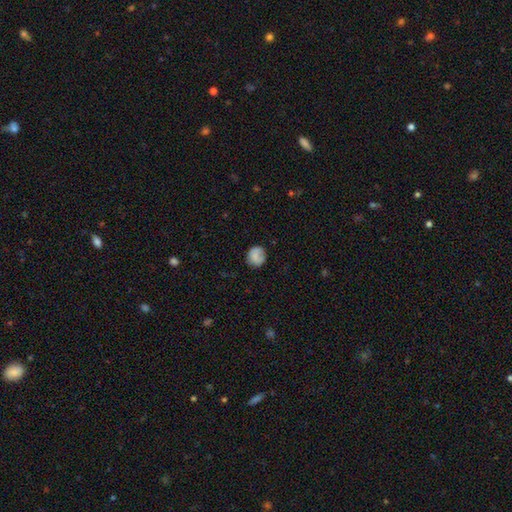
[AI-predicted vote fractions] smooth-or-featured: smooth: 78% | featured or disk: 13% | star or artifact: 8%
  how-rounded: round: 82% | in between: 17% | cigar-shaped: 1%
  merging: none: 75% | minor disturbance: 18% | major disturbance: 5% | merger: 2%